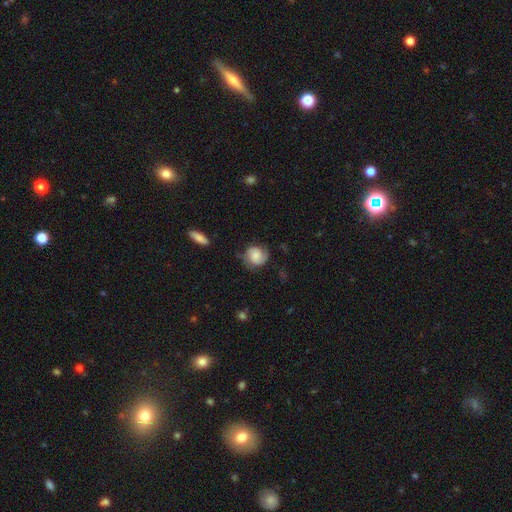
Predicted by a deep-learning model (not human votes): Smooth or featured?
  - featured or disk: 46% * (tied)
  - smooth: 46% * (tied)
  - star or artifact: 8%
Merging?
  - none: 64% *
  - minor disturbance: 24%
  - major disturbance: 10%
  - merger: 2%